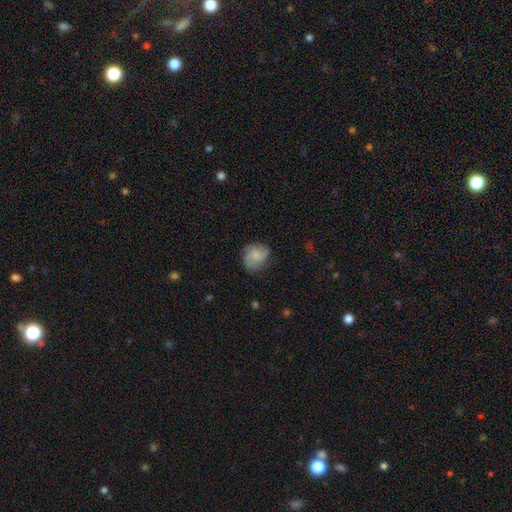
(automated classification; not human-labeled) smooth 63%, featured or disk 29%, star or artifact 8%. Down the decision tree: how rounded — round (68%); merging — none (64%).